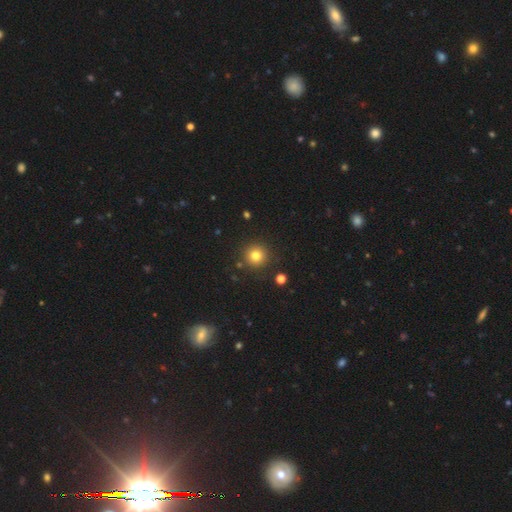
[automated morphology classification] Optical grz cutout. It shows a smooth galaxy with no disk features (79%) that is round (95%). Merging: none (89%).